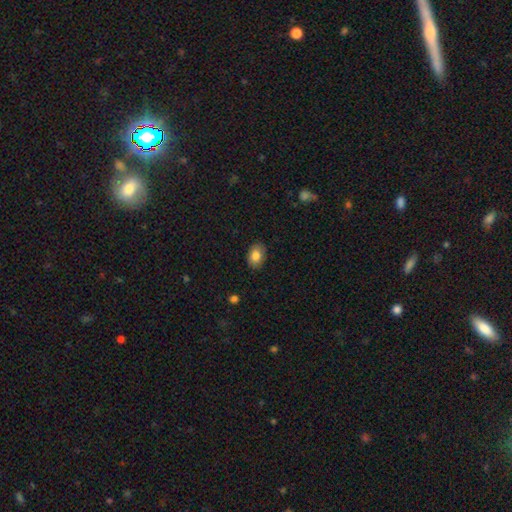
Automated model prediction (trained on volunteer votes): smooth 83%, featured or disk 9%, star or artifact 8%. Down the decision tree: how rounded — in between (81%); merging — none (85%).